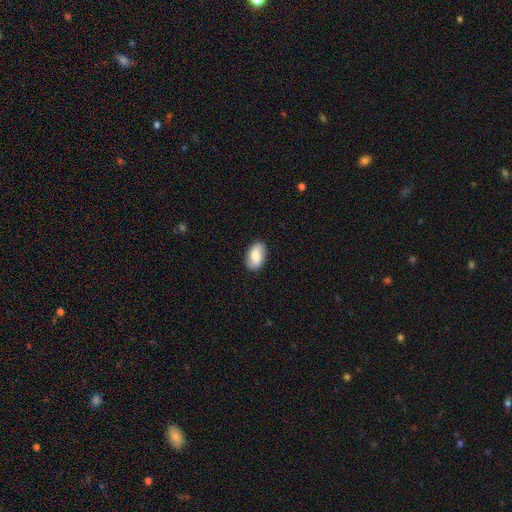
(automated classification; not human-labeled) Smooth or featured? smooth (72%)
How rounded? in between (92%)
Merging? none (86%)